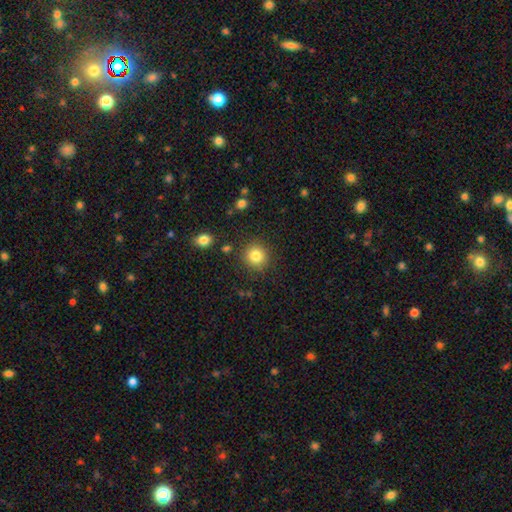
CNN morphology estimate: Smooth or featured? Predicted: smooth (p=0.82). How rounded? Predicted: round (p=0.92). Merging? Predicted: none (p=0.88).